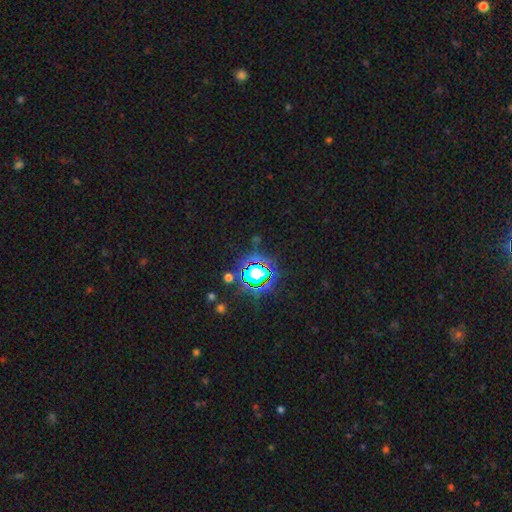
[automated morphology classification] A star or artifact, not a galaxy (82%).

Vote fractions:
- Smooth or featured? star or artifact: 82% / smooth: 12% / featured or disk: 6%